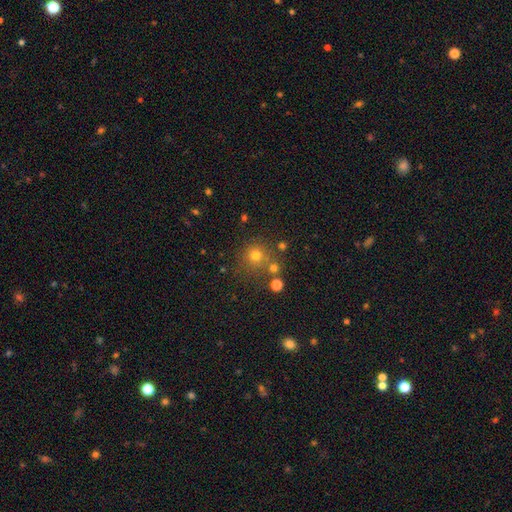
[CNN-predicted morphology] Overall: smooth (73%). How rounded: round (92%). Merging: none (74%).